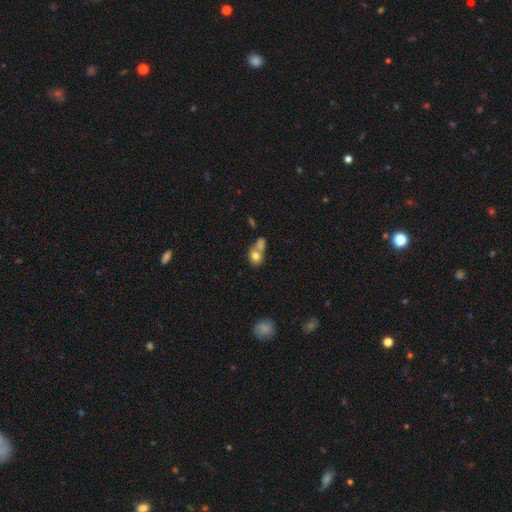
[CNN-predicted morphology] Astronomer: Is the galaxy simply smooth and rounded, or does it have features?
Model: smooth — 77%.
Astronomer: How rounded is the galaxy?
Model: round — 52% (runner-up: in between, 47%).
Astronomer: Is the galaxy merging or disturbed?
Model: merger — 58%.